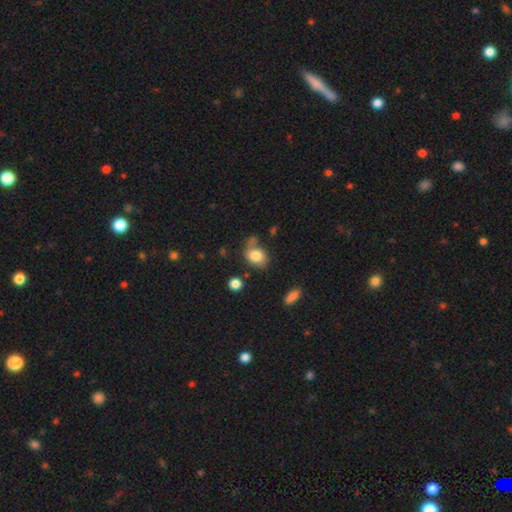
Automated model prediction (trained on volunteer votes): smooth 79%, featured or disk 12%, star or artifact 9%. Down the decision tree: how rounded — in between (65%); merging — none (48%).